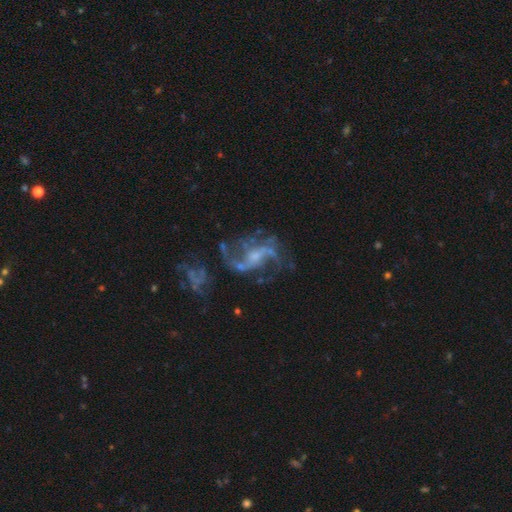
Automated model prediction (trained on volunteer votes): Smooth or featured? Predicted: featured or disk (p=0.85). Edge-on disk? Predicted: no (p=0.97). Bar? Predicted: no (p=0.43). Spiral arms? Predicted: yes (p=0.91). Spiral winding? Predicted: loose (p=0.60). Spiral arm count? Predicted: 2 (p=0.65). Bulge size? Predicted: small (p=0.48). Merging? Predicted: none (p=0.51).